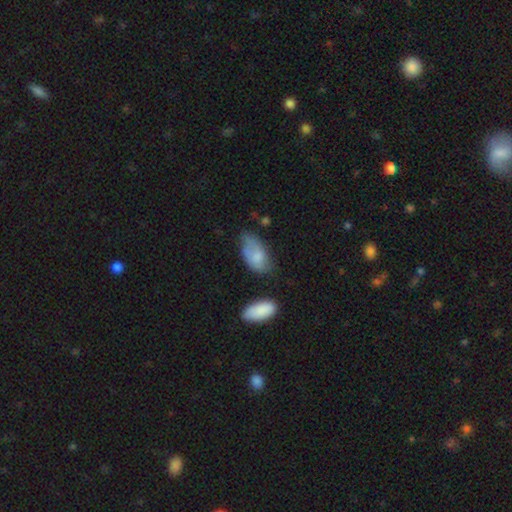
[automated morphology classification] Smooth or featured? smooth (71%)
How rounded? in between (93%)
Merging? minor disturbance (41%)